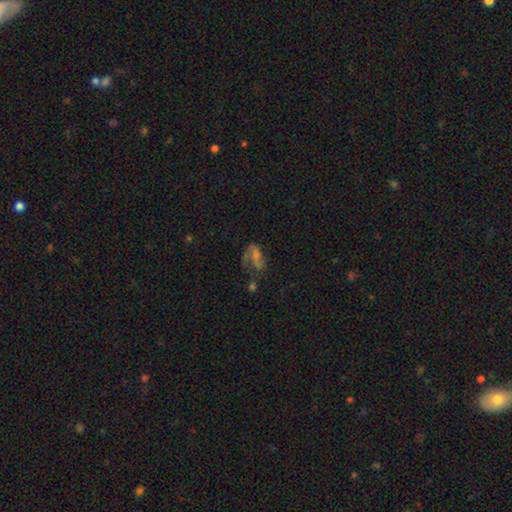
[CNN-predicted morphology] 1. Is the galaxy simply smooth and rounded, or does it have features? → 53% featured or disk, 24% smooth, 23% star or artifact.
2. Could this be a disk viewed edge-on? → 95% no, 5% yes.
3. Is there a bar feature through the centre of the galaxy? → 48% no, 36% weak, 16% strong.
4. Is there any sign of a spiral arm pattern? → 71% yes, 29% no.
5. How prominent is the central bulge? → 39% none, 33% small, 20% moderate, 5% large, 2% dominant.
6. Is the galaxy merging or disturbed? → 37% none, 34% major disturbance, 19% minor disturbance, 10% merger.